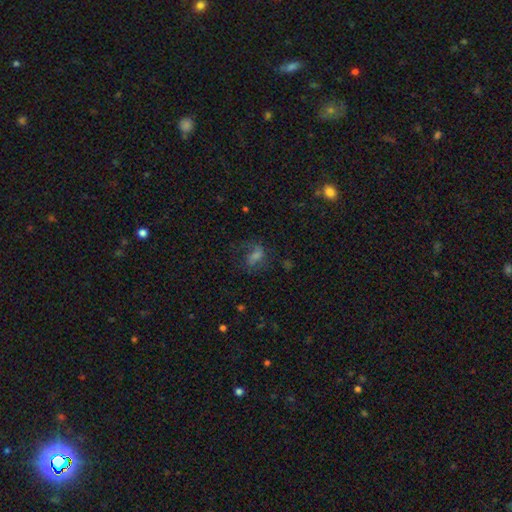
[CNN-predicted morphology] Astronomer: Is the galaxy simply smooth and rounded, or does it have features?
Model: smooth — 39% (runner-up: featured or disk, 38%).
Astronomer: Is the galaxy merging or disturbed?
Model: none — 59%.